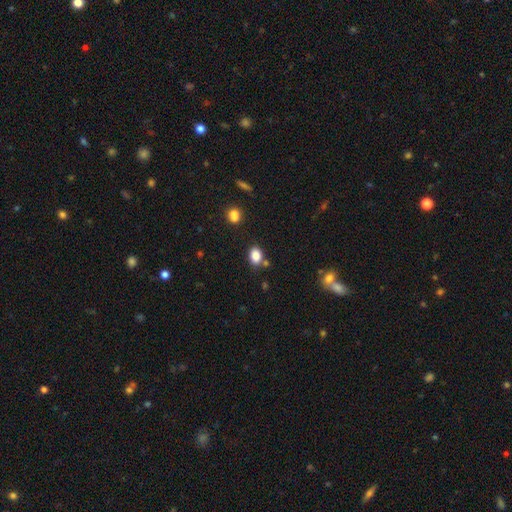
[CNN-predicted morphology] Overall: smooth (85%). How rounded: in between (70%). Merging: none (76%).